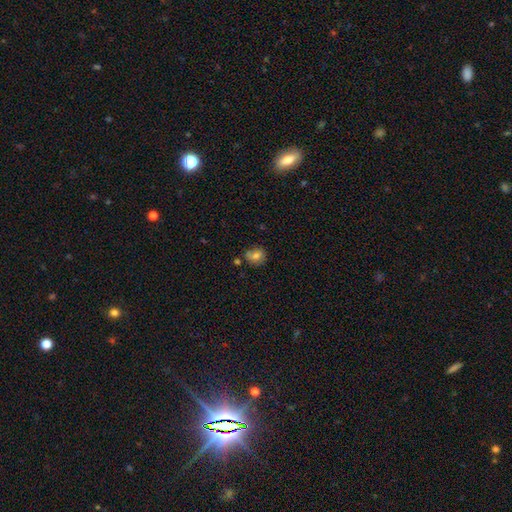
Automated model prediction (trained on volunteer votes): smooth 75%, featured or disk 15%, star or artifact 10%. Down the decision tree: how rounded — round (75%); merging — none (66%).